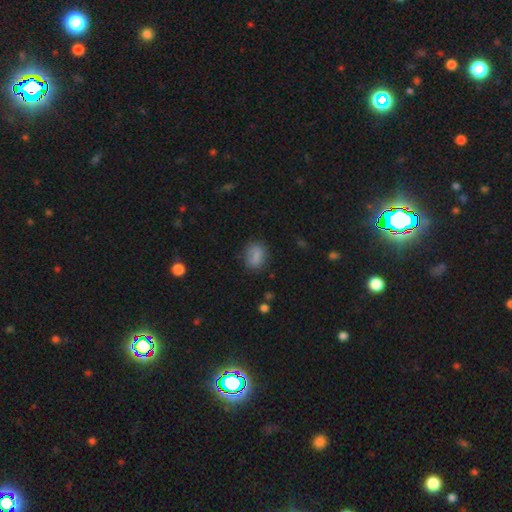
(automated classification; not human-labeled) Smooth or featured?
  - smooth: 80% *
  - star or artifact: 10%
  - featured or disk: 10%
How rounded?
  - in between: 61% *
  - round: 37%
  - cigar-shaped: 2%
Merging?
  - none: 70% *
  - minor disturbance: 20%
  - major disturbance: 7%
  - merger: 2%